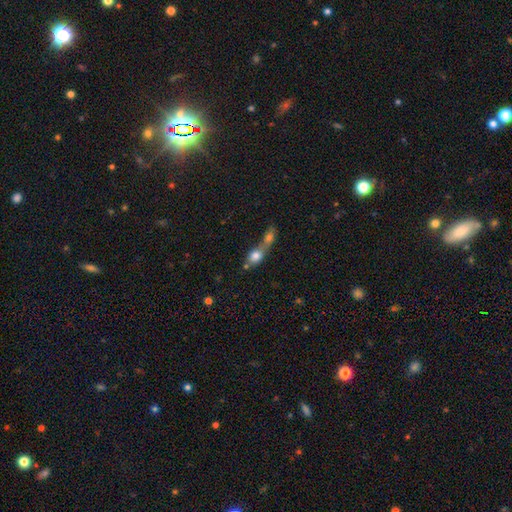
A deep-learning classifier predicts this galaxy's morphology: Smooth or featured? smooth (76%)
How rounded? in between (51%)
Merging? merger (77%)